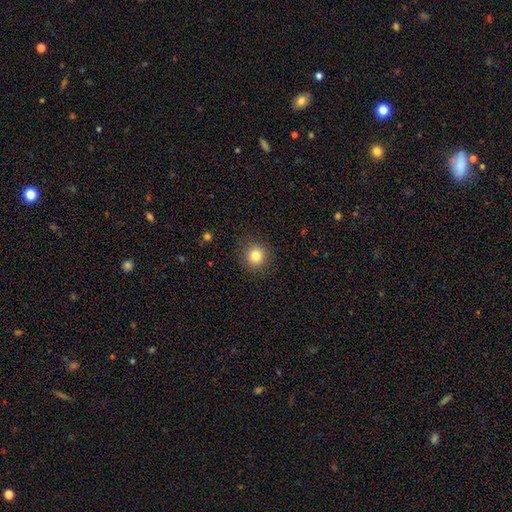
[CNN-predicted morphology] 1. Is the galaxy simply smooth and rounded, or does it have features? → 82% smooth, 11% star or artifact, 6% featured or disk.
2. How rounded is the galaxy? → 92% round, 7% in between, 1% cigar-shaped.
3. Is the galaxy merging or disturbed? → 90% none, 6% minor disturbance, 3% major disturbance, 1% merger.